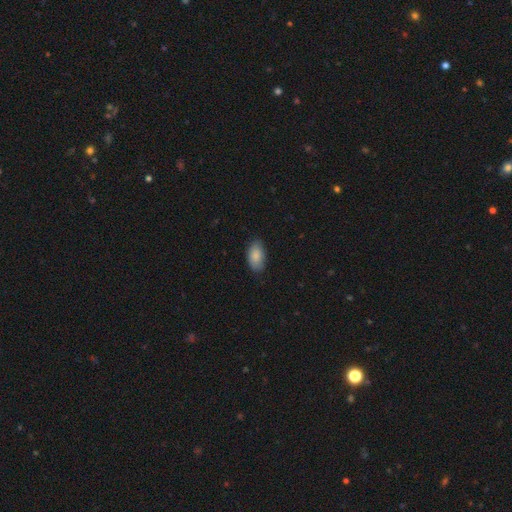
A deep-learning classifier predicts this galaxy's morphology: The model was most divided on "merging": none: 79%, minor disturbance: 17%, major disturbance: 3%, merger: 1%. More confident: how rounded — in between (94%); smooth or featured — smooth (86%).